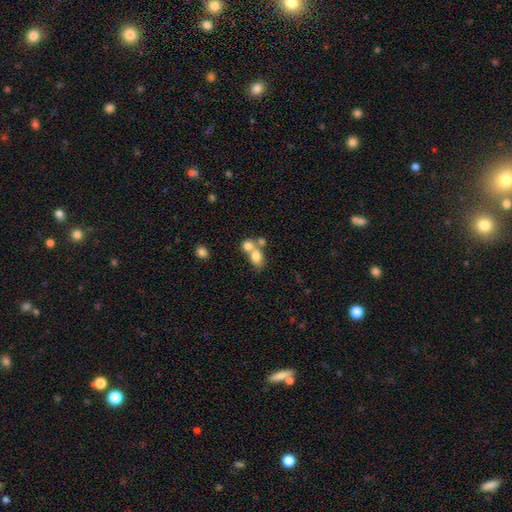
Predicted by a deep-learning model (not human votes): smooth 74%, featured or disk 16%, star or artifact 10%. Down the decision tree: how rounded — in between (55%); merging — merger (60%).